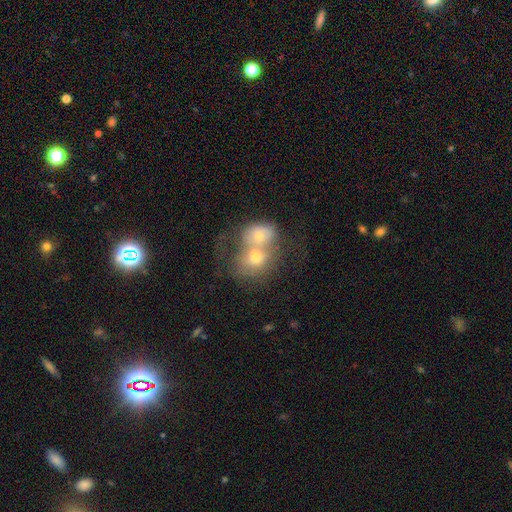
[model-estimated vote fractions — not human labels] Smooth or featured? smooth (55%)
How rounded? round (58%)
Merging? merger (80%)